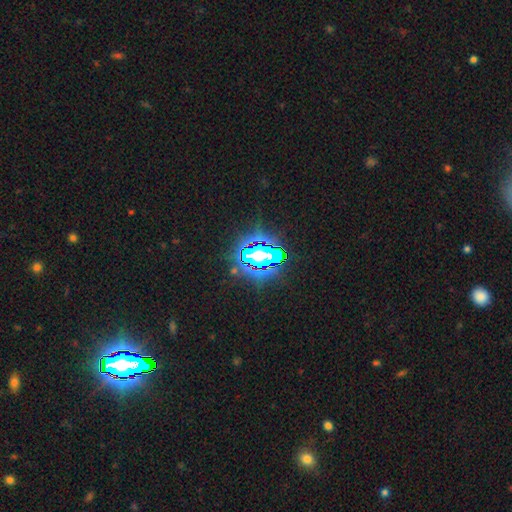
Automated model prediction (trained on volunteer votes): smooth_or_featured: star or artifact (p=0.75) [alt: smooth p=0.14]